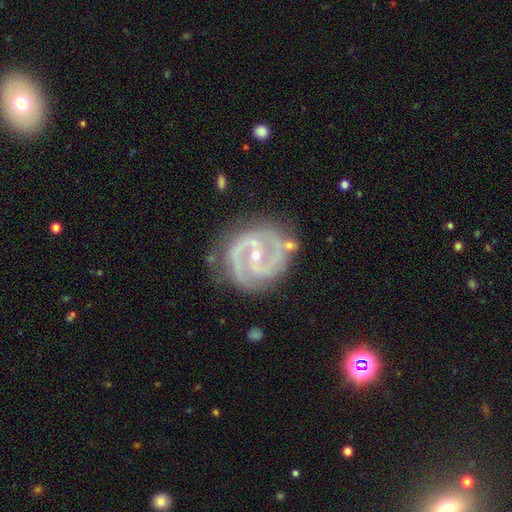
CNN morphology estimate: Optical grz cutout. It shows a featured or disk galaxy (90%) with a weak bar (37%), 2 (81%) medium (48%) spiral arms (97%) and a small central bulge (71%). Merging: none (70%).